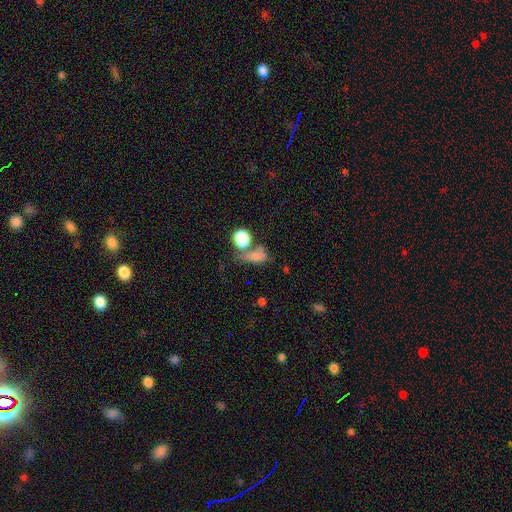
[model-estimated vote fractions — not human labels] The model was most divided on "merging": merger: 36%, none: 35%, minor disturbance: 15%, major disturbance: 13%. More confident: smooth or featured — smooth (72%); how rounded — in between (58%).